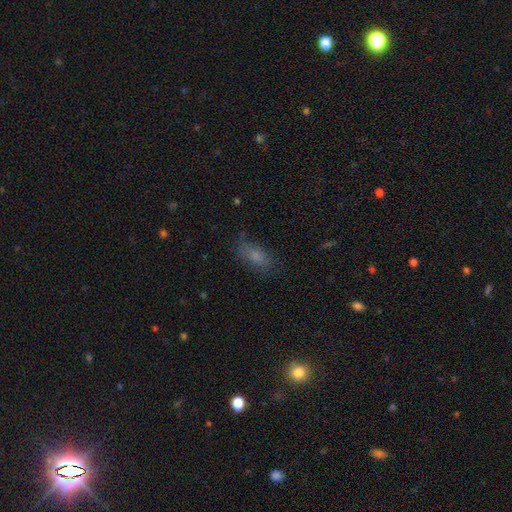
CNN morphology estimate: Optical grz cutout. It shows a smooth galaxy with no disk features (71%) that is in between round and cigar-shaped (80%). Merging: none (69%).